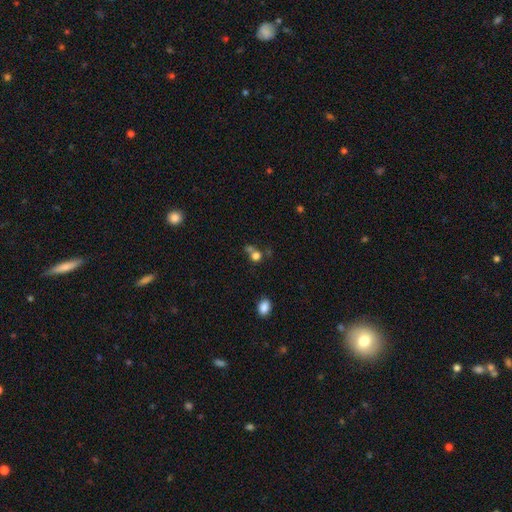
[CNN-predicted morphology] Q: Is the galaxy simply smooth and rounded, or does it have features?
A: smooth — 74%.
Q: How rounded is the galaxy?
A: round — 81%.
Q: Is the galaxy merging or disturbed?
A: none — 47%.